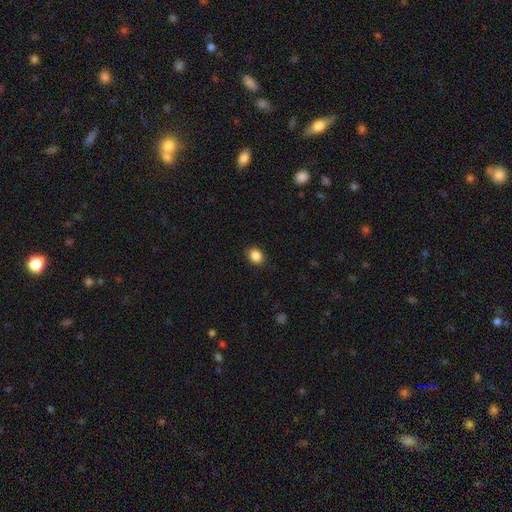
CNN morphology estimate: smooth 87%, star or artifact 9%, featured or disk 4%. Down the decision tree: how rounded — in between (52%); merging — none (88%).